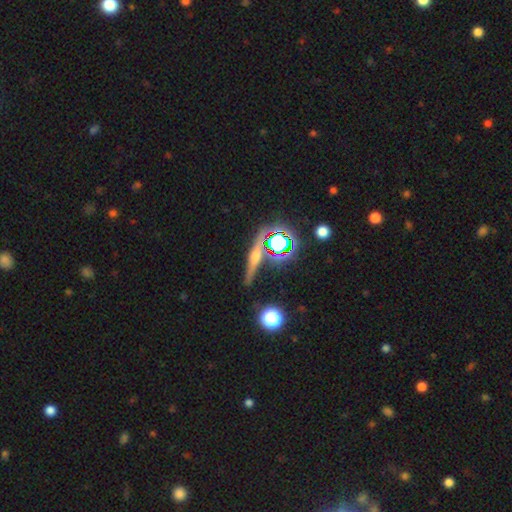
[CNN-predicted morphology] Smooth or featured? Predicted: featured or disk (p=0.53). Edge-on disk? Predicted: yes (p=0.91). Merging? Predicted: none (p=0.82).